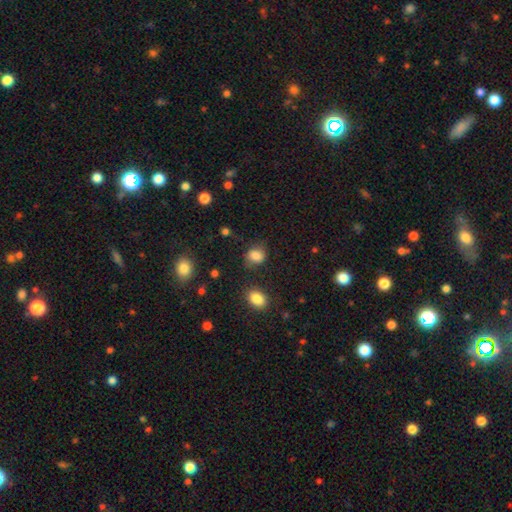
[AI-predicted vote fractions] Smooth or featured: smooth — 81% (star or artifact — 11%)
How rounded: round — 51% (in between — 48%)
Merging: none — 67% (minor disturbance — 22%)